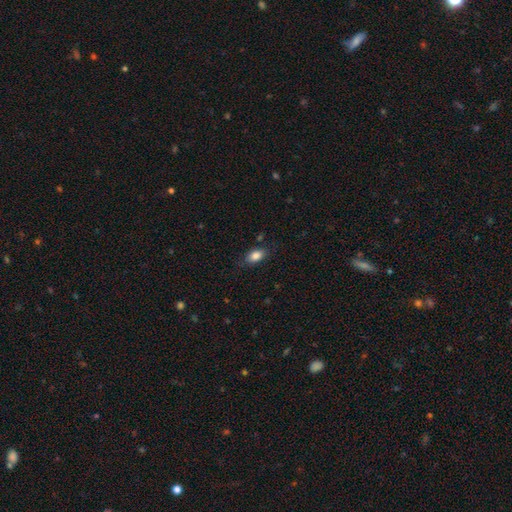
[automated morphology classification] A smooth galaxy with no disk features (85%) that is in between round and cigar-shaped (87%).

Vote fractions:
- Smooth or featured? smooth: 85% / star or artifact: 8% / featured or disk: 7%
- How rounded? in between: 87% / round: 9% / cigar-shaped: 3%
- Merging? none: 80% / minor disturbance: 15% / major disturbance: 4% / merger: 1%